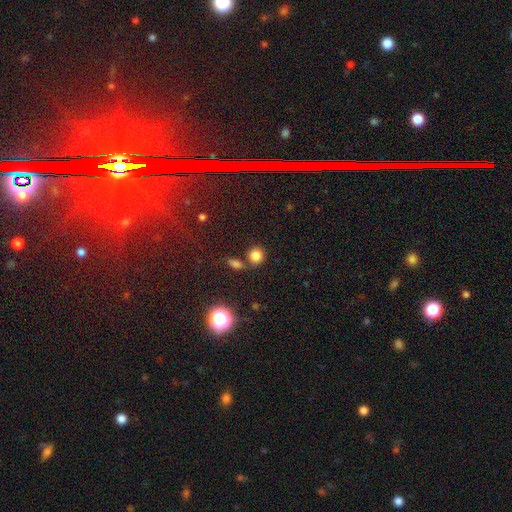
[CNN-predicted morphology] Smooth or featured? smooth (80%)
How rounded? round (86%)
Merging? none (72%)